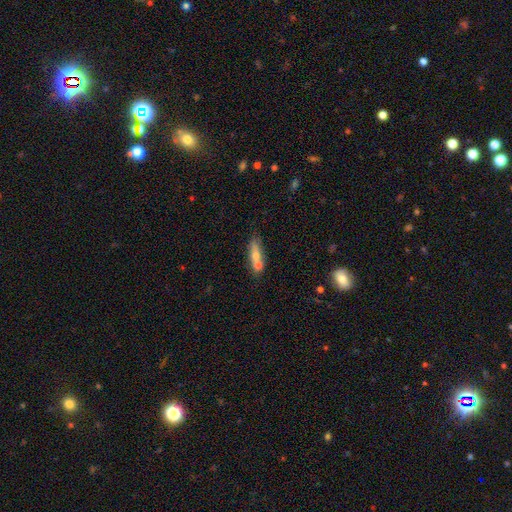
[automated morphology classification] Q: Smooth or featured?
A: smooth (60%); runner-up: featured or disk (31%)
Q: How rounded?
A: in between (50%); runner-up: cigar-shaped (40%)
Q: Merging?
A: merger (48%); runner-up: none (36%)